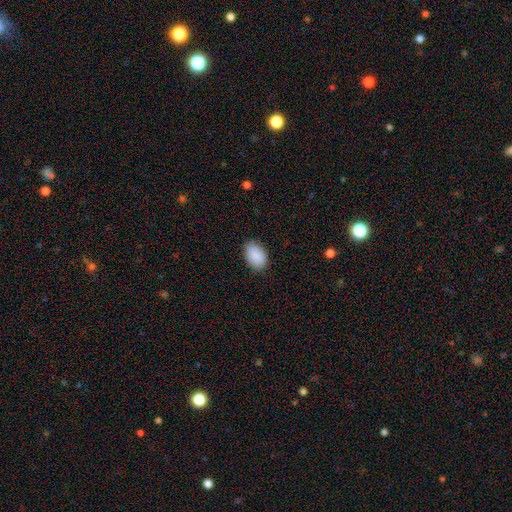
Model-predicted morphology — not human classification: The model was most divided on "merging": none: 83%, minor disturbance: 13%, major disturbance: 2%, merger: 1%. More confident: smooth or featured — smooth (90%); how rounded — in between (89%).